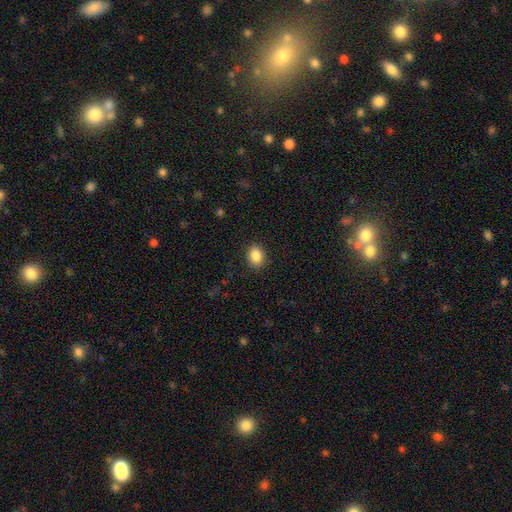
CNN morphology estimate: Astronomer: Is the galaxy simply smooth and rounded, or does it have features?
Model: smooth — 87%.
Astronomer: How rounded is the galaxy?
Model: in between — 58% (runner-up: round, 41%).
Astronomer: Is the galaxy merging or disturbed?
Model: none — 89%.